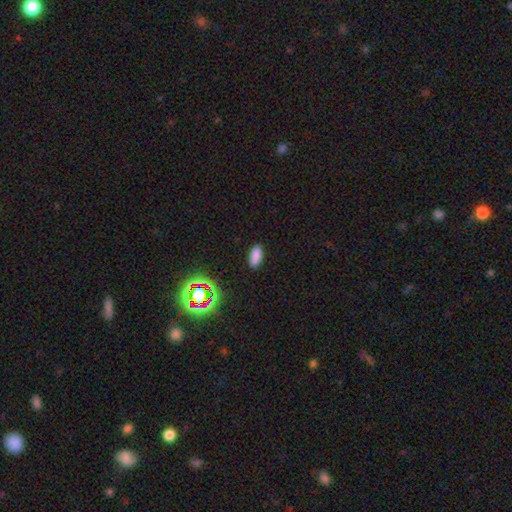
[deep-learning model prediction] Overall: smooth (82%). How rounded: in between (84%). Merging: none (88%).